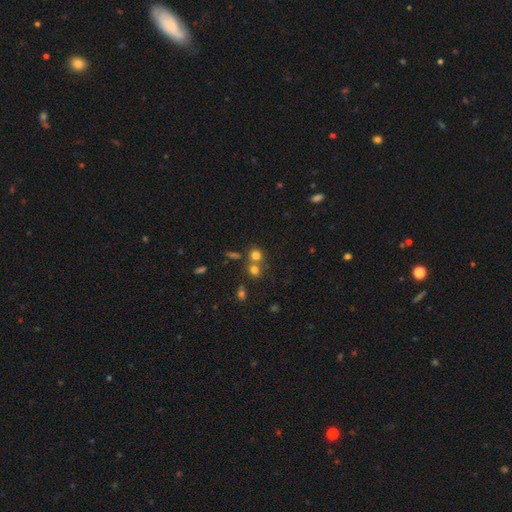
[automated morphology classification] Q: Smooth or featured?
A: smooth (73%); runner-up: star or artifact (17%)
Q: How rounded?
A: round (82%); runner-up: in between (16%)
Q: Merging?
A: none (53%); runner-up: merger (36%)